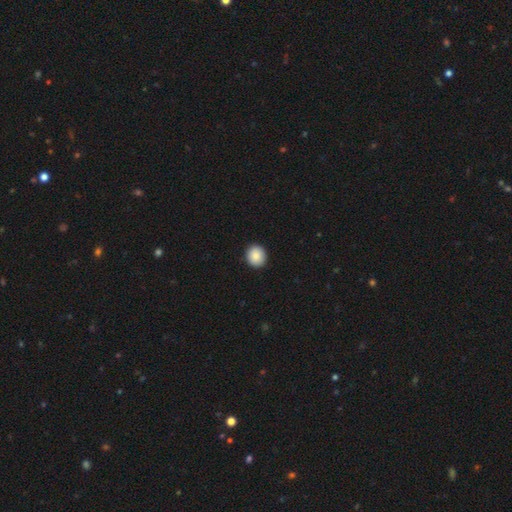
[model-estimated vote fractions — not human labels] This appears to be a smooth galaxy with no disk features (88%) that is round (89%). Merging: none (92%).